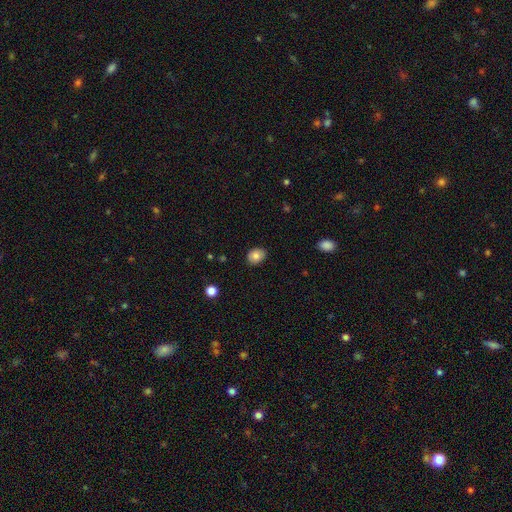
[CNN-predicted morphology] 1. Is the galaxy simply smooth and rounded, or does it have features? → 81% smooth, 10% featured or disk, 9% star or artifact.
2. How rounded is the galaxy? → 55% in between, 44% round, 1% cigar-shaped.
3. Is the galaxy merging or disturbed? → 86% none, 11% minor disturbance, 2% major disturbance, 1% merger.